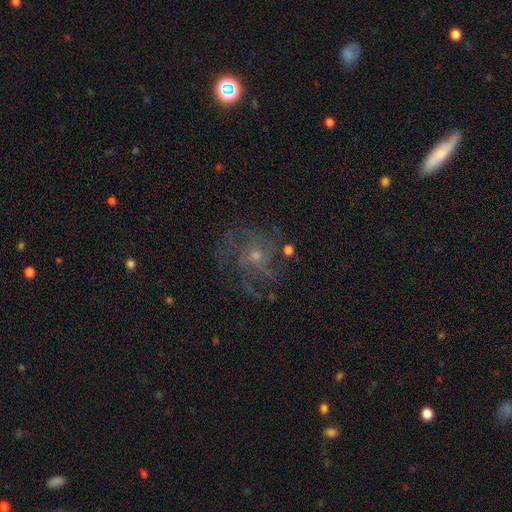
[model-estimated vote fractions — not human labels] Overall: featured or disk (74%). Edge-on disk: no (98%). Bar: no (79%). Spiral arms: yes (86%). Spiral arm count: can't tell (32%; 4 24%). Spiral winding: medium (43%; tight 36%). Bulge size: small (64%; moderate 30%). Merging: none (65%).